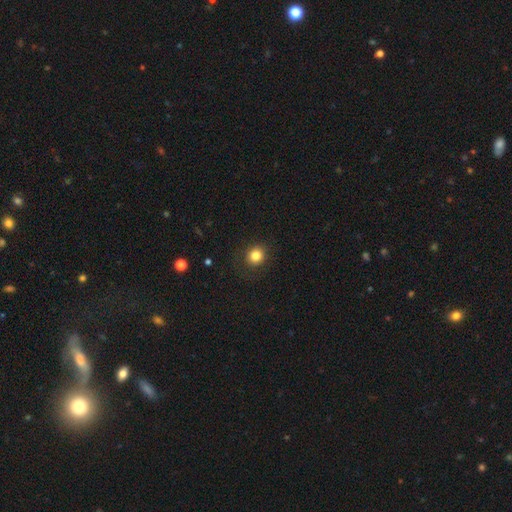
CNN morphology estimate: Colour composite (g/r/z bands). It shows a smooth galaxy with no disk features (83%) that is round (85%). Merging: none (87%).